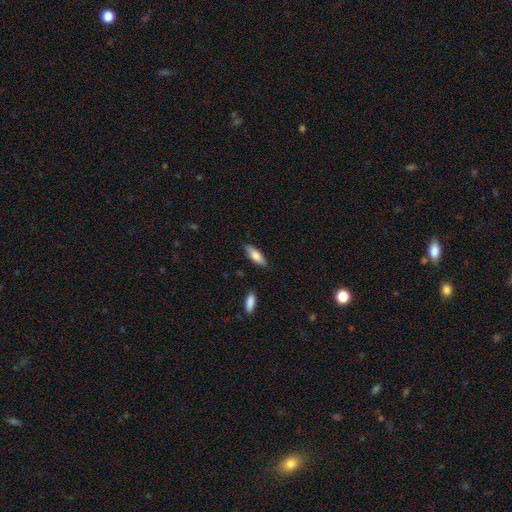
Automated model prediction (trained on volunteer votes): Smooth or featured: smooth — 79% (featured or disk — 15%)
How rounded: in between — 61% (cigar-shaped — 37%)
Merging: none — 85% (minor disturbance — 11%)